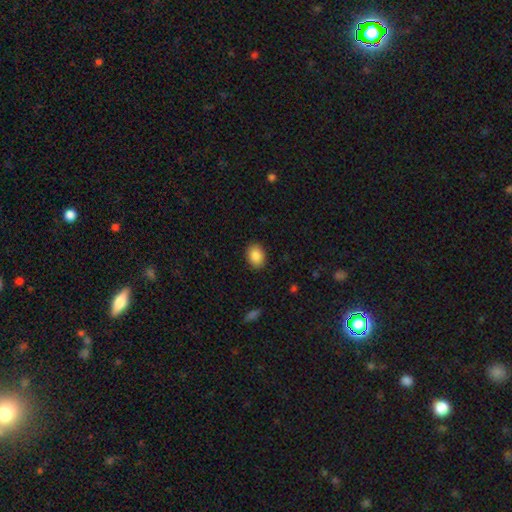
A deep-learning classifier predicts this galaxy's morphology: smooth 87%, star or artifact 8%, featured or disk 5%. Down the decision tree: how rounded — in between (67%); merging — none (90%).